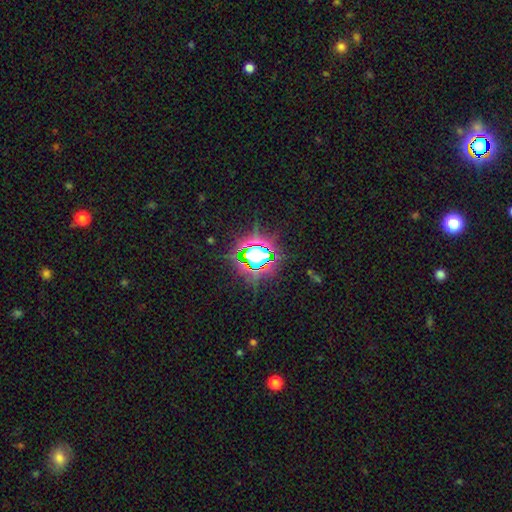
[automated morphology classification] A star or artifact, not a galaxy (76%).